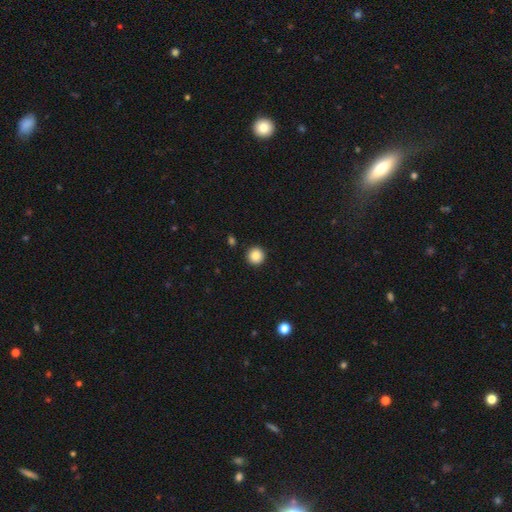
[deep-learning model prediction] smooth-or-featured: smooth: 87% | star or artifact: 9% | featured or disk: 3%
  how-rounded: round: 96% | in between: 3% | cigar-shaped: 1%
  merging: none: 93% | minor disturbance: 4% | major disturbance: 2% | merger: 1%